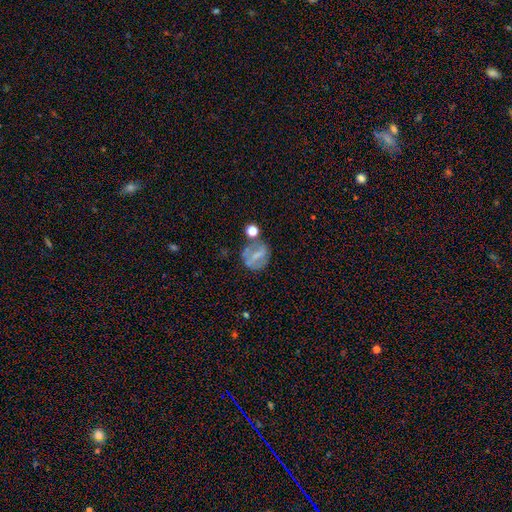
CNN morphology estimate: Smooth or featured? featured or disk (45%)
Merging? none (50%)